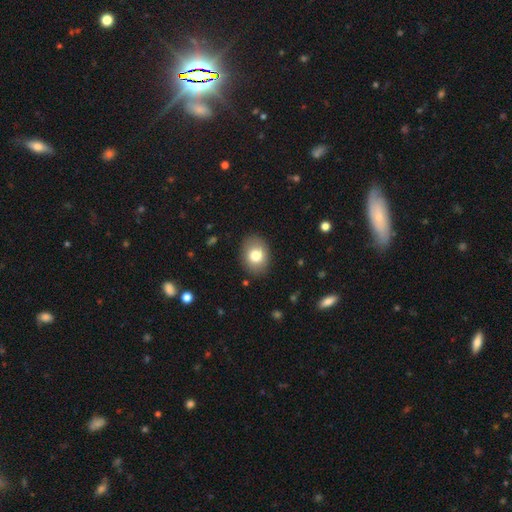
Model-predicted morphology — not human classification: A smooth galaxy with no disk features (79%) that is in between round and cigar-shaped (62%).

Vote fractions:
- Smooth or featured? smooth: 79% / featured or disk: 12% / star or artifact: 8%
- How rounded? in between: 62% / round: 37% / cigar-shaped: 1%
- Merging? none: 88% / minor disturbance: 9% / major disturbance: 2% / merger: 1%